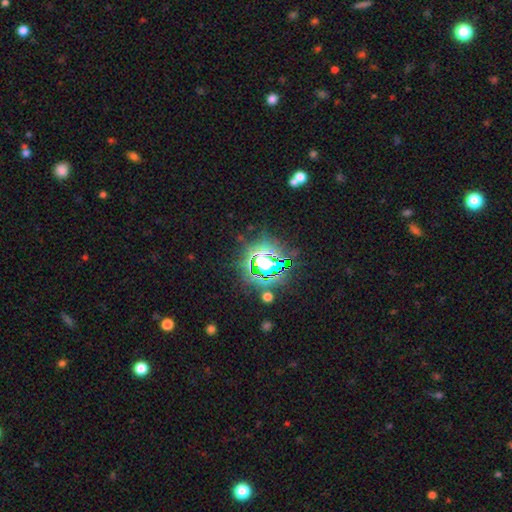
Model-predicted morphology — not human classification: star or artifact 79%, smooth 13%, featured or disk 8%.